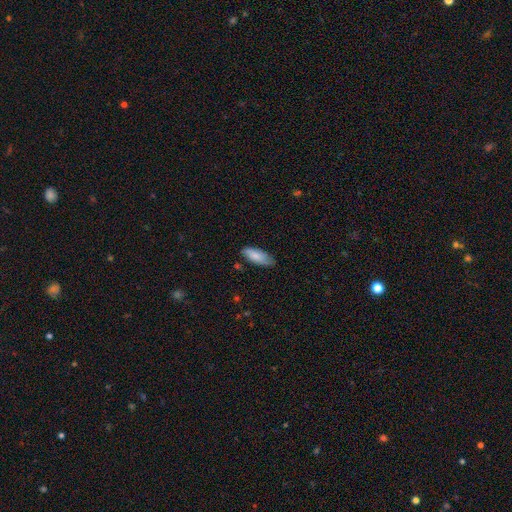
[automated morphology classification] smooth_or_featured: smooth (p=0.78) [alt: featured or disk p=0.16]
how_rounded: in between (p=0.75) [alt: cigar-shaped p=0.23]
merging: none (p=0.71) [alt: minor disturbance p=0.23]